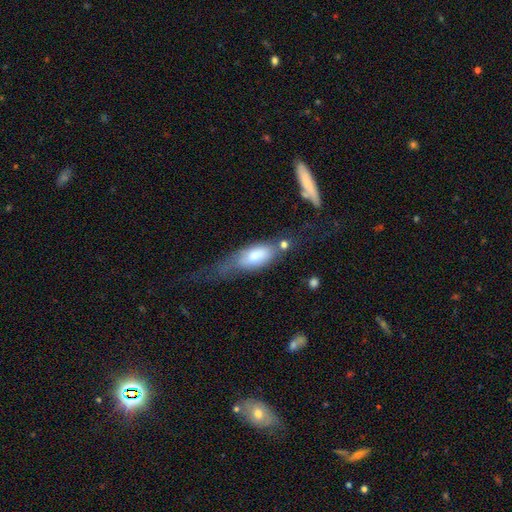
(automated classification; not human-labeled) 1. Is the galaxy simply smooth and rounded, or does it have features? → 66% smooth, 27% featured or disk, 7% star or artifact.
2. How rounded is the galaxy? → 75% in between, 22% cigar-shaped, 3% round.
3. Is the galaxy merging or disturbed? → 33% none, 29% major disturbance, 27% minor disturbance, 11% merger.